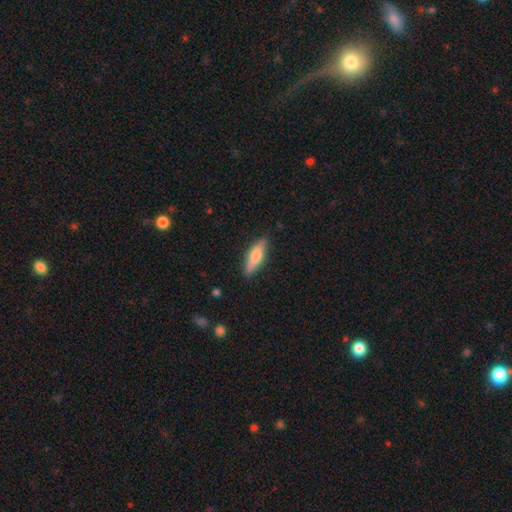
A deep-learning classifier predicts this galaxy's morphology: A smooth galaxy with no disk features (65%) that is cigar-shaped (61%).

Vote fractions:
- Smooth or featured? smooth: 65% / featured or disk: 29% / star or artifact: 6%
- How rounded? cigar-shaped: 61% / in between: 37% / round: 2%
- Merging? none: 86% / minor disturbance: 11% / major disturbance: 2% / merger: 1%